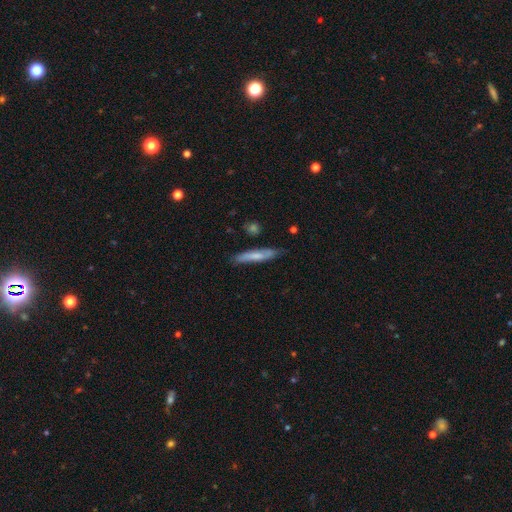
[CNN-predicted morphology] Smooth or featured? Predicted: smooth (p=0.63). How rounded? Predicted: cigar-shaped (p=0.91). Merging? Predicted: none (p=0.75).